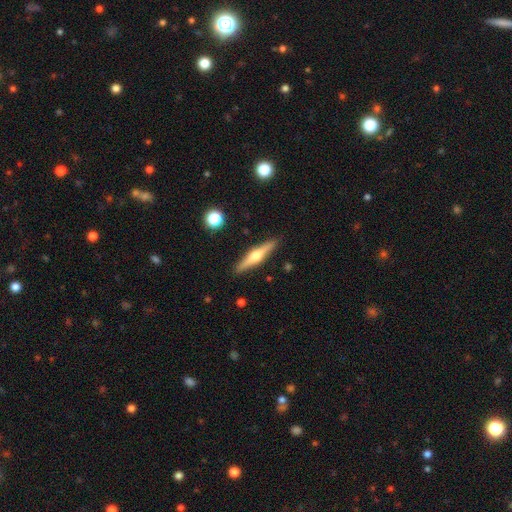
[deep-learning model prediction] Smooth or featured?
  - featured or disk: 69% *
  - smooth: 26%
  - star or artifact: 6%
Edge-on disk?
  - yes: 97% *
  - no: 3%
Edge-on bulge?
  - rounded: 93% *
  - boxy: 4%
  - none: 3%
Merging?
  - none: 90% *
  - minor disturbance: 7%
  - major disturbance: 2%
  - merger: 1%